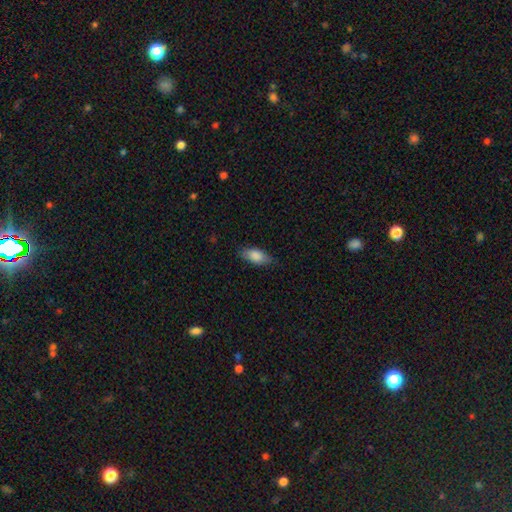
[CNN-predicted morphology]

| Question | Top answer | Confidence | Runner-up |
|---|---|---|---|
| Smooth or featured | smooth | 83% | featured or disk (10%) |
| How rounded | in between | 86% | cigar-shaped (11%) |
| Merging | none | 77% | minor disturbance (18%) |